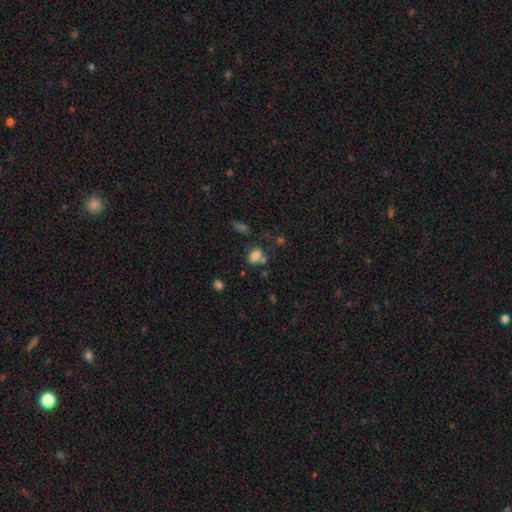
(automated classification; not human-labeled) Smooth or featured? Predicted: smooth (p=0.77). How rounded? Predicted: in between (p=0.73). Merging? Predicted: none (p=0.53).